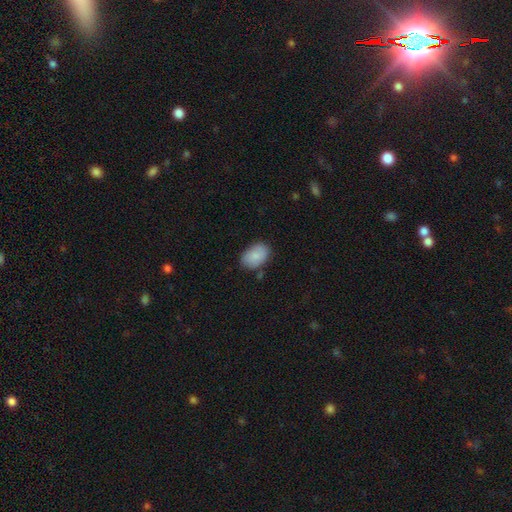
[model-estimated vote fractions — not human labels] Q: Smooth or featured?
A: smooth (86%); runner-up: featured or disk (7%)
Q: How rounded?
A: in between (87%); runner-up: round (12%)
Q: Merging?
A: none (77%); runner-up: minor disturbance (17%)